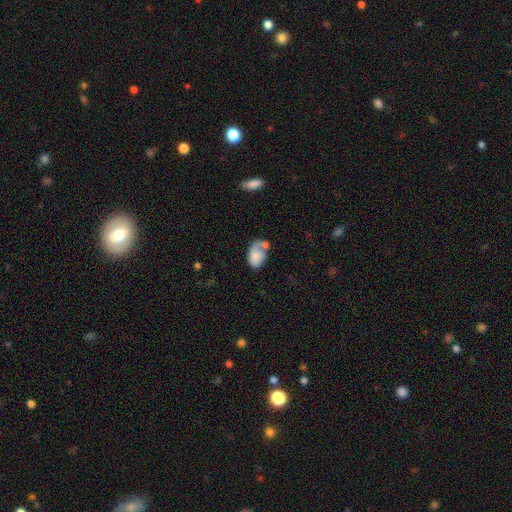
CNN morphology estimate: smooth_or_featured: smooth (p=0.68) [alt: featured or disk p=0.25]
how_rounded: in between (p=0.85) [alt: round p=0.13]
merging: none (p=0.30) [alt: merger p=0.24]